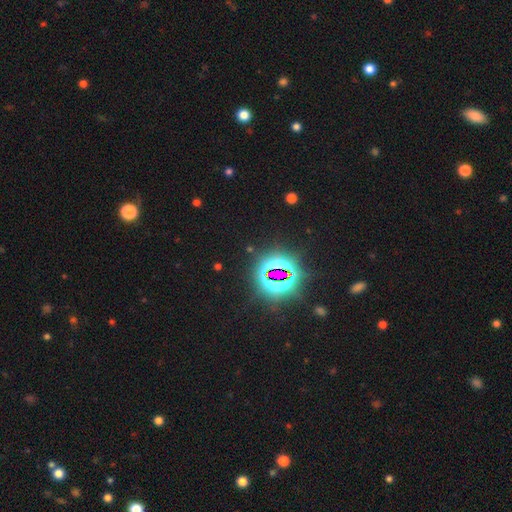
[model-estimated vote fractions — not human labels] Morphology: type=star or artifact (82%).